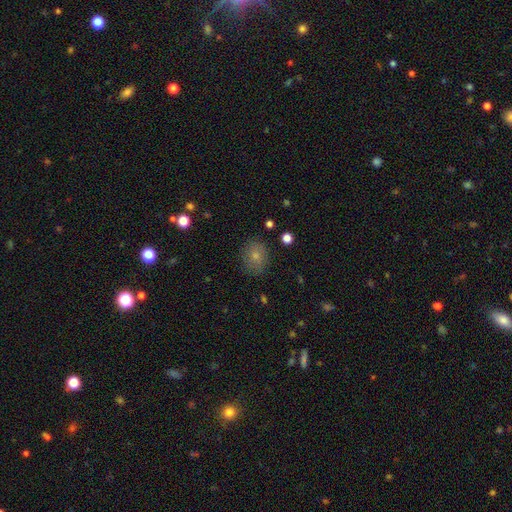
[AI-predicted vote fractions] smooth-or-featured: smooth: 76% | featured or disk: 13% | star or artifact: 11%
  how-rounded: round: 50% | in between: 49% | cigar-shaped: 1%
  merging: none: 81% | minor disturbance: 14% | major disturbance: 4% | merger: 1%